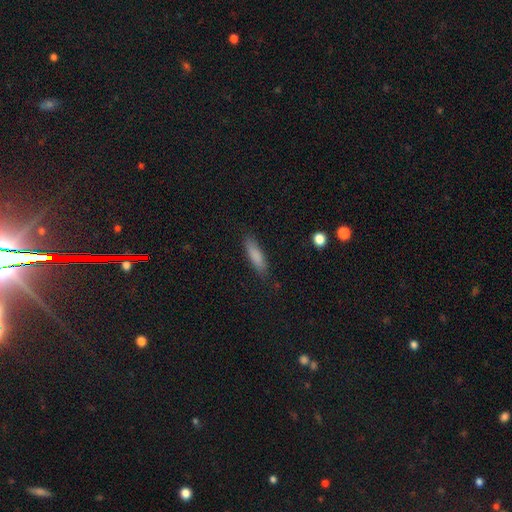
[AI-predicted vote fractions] This appears to be a smooth galaxy with no disk features (83%) that is cigar-shaped (69%). Merging: none (83%).